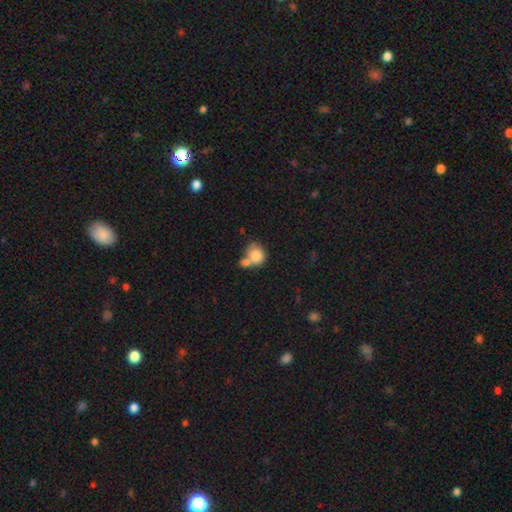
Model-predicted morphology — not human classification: smooth 80%, featured or disk 12%, star or artifact 8%. Down the decision tree: how rounded — round (63%); merging — merger (53%).